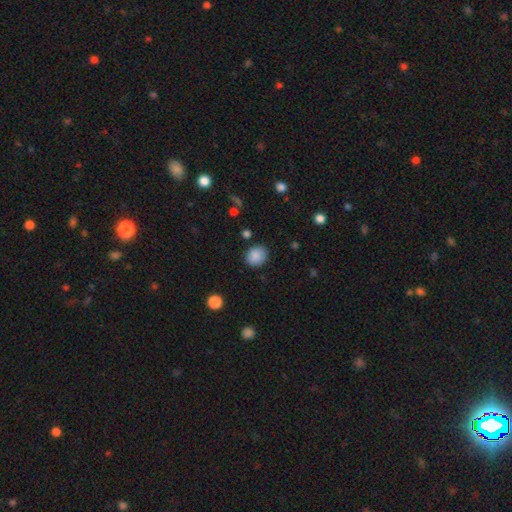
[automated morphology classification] A smooth galaxy with no disk features (87%) that is round (71%).

Vote fractions:
- Smooth or featured? smooth: 87% / star or artifact: 9% / featured or disk: 4%
- How rounded? round: 71% / in between: 28% / cigar-shaped: 1%
- Merging? none: 85% / minor disturbance: 10% / major disturbance: 3% / merger: 2%